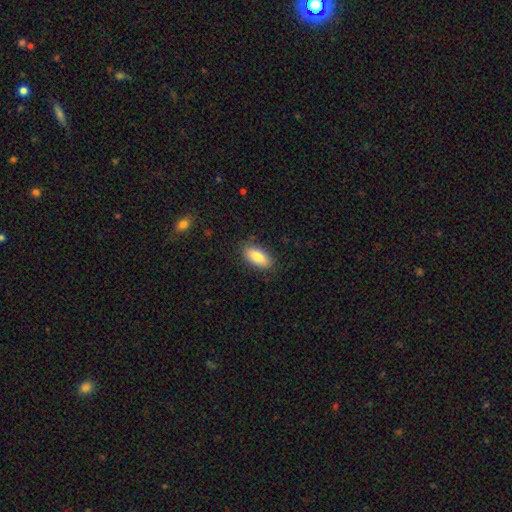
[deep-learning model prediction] Smooth or featured? Predicted: smooth (p=0.82). How rounded? Predicted: in between (p=0.88). Merging? Predicted: none (p=0.85).